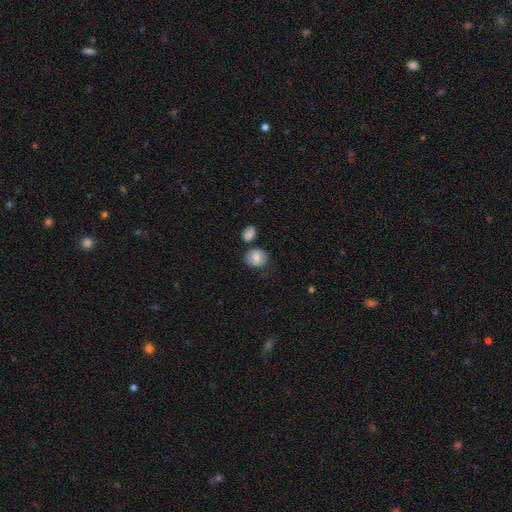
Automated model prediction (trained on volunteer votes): A smooth galaxy with no disk features (78%) that is round (63%).

Vote fractions:
- Smooth or featured? smooth: 78% / featured or disk: 14% / star or artifact: 8%
- How rounded? round: 63% / in between: 36% / cigar-shaped: 1%
- Merging? none: 70% / minor disturbance: 15% / merger: 11% / major disturbance: 4%